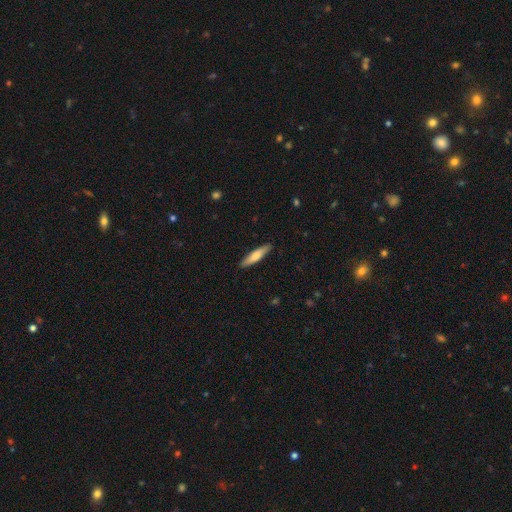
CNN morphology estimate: smooth-or-featured: smooth: 68% | featured or disk: 27% | star or artifact: 5%
  how-rounded: cigar-shaped: 83% | in between: 16% | round: 1%
  merging: none: 89% | minor disturbance: 8% | major disturbance: 2% | merger: 1%